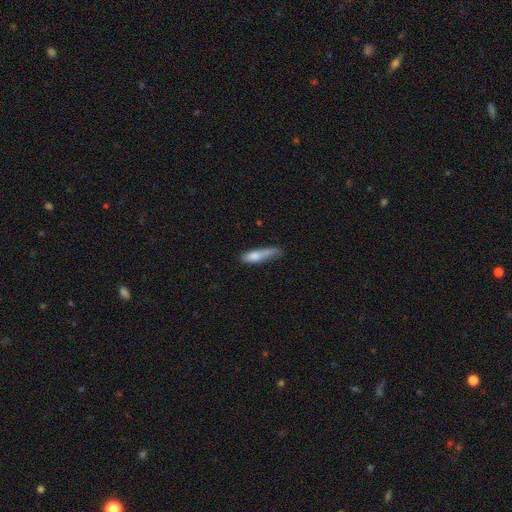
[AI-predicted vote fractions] Smooth or featured? smooth (77%)
How rounded? cigar-shaped (70%)
Merging? minor disturbance (38%)